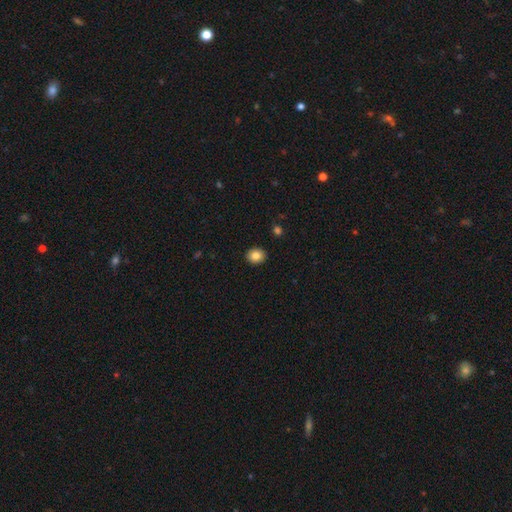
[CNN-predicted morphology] smooth-or-featured: smooth: 85% | star or artifact: 9% | featured or disk: 6%
  how-rounded: round: 61% | in between: 38% | cigar-shaped: 1%
  merging: none: 91% | minor disturbance: 6% | major disturbance: 2% | merger: 1%